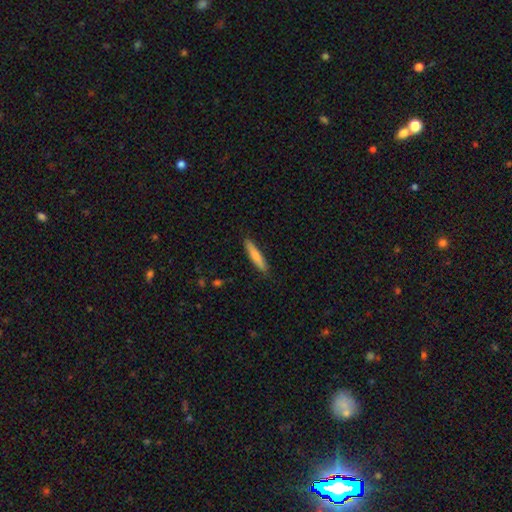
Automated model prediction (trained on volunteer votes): Smooth or featured? smooth (80%)
How rounded? cigar-shaped (89%)
Merging? none (88%)